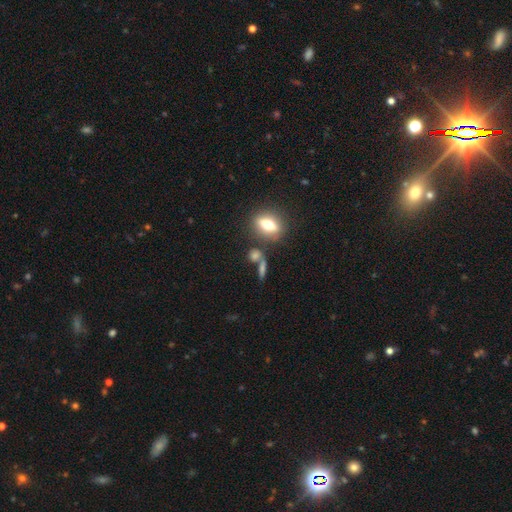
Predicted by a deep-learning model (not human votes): smooth_or_featured: smooth (p=0.57) [alt: featured or disk p=0.26]
how_rounded: in between (p=0.41) [alt: round p=0.31]
merging: none (p=0.64) [alt: merger p=0.18]